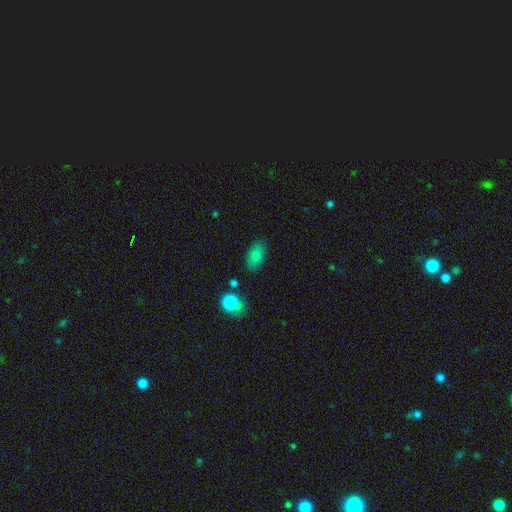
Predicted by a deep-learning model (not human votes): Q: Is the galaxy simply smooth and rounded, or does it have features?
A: smooth — 80%.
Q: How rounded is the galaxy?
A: in between — 89%.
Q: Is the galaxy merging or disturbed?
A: none — 79%.